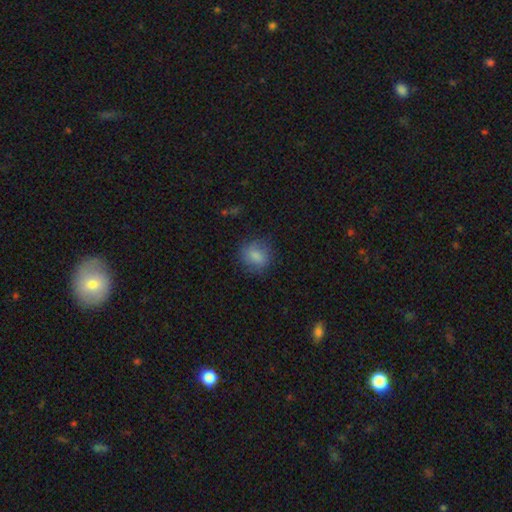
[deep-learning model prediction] A smooth galaxy with no disk features (82%) that is round (67%). Merging: none (75%).